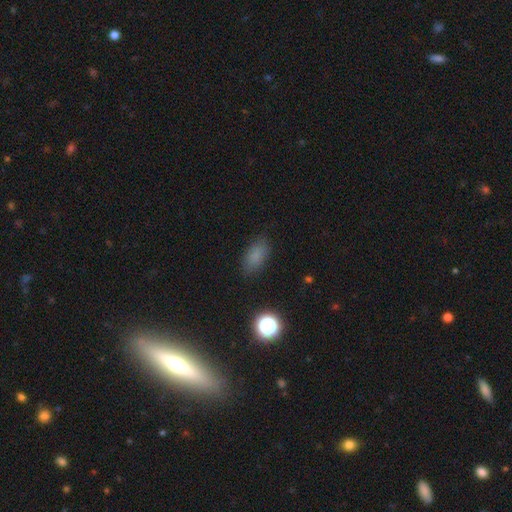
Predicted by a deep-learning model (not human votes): Smooth or featured: smooth — 80% (star or artifact — 14%)
How rounded: in between — 88% (round — 6%)
Merging: none — 84% (minor disturbance — 12%)